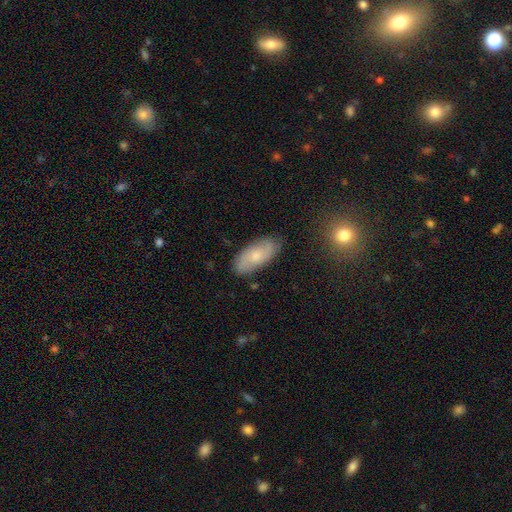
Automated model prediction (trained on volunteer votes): Smooth or featured? smooth (53%)
How rounded? in between (88%)
Merging? none (82%)